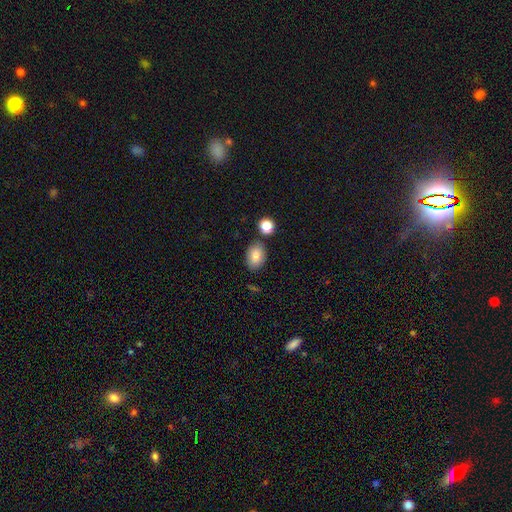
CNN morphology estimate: type=smooth (84%); roundness=in between (81%); merging=none (79%).